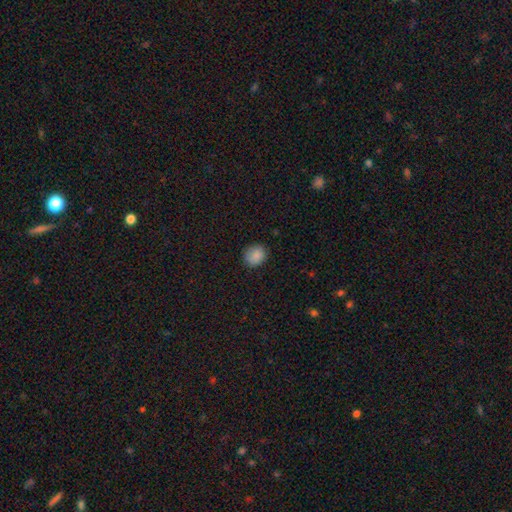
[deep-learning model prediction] Smooth or featured? smooth (87%)
How rounded? round (74%)
Merging? none (83%)